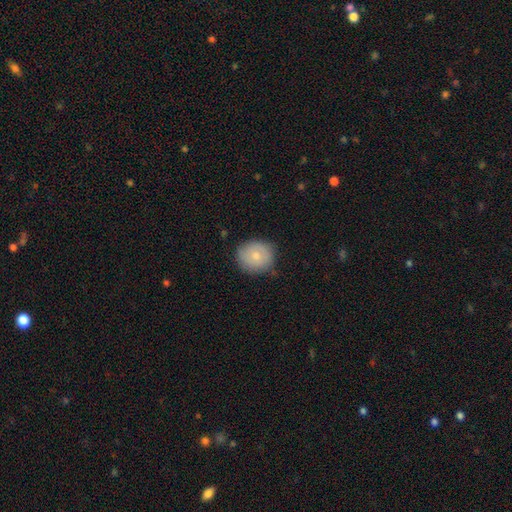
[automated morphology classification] This appears to be a smooth galaxy with no disk features (73%) that is round (83%). Merging: none (80%).